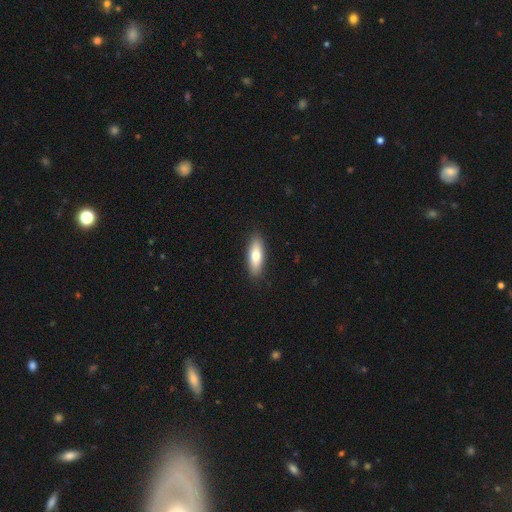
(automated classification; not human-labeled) The model was most divided on "how rounded": in between: 55%, cigar-shaped: 43%, round: 2%. More confident: merging — none (89%); smooth or featured — smooth (74%).